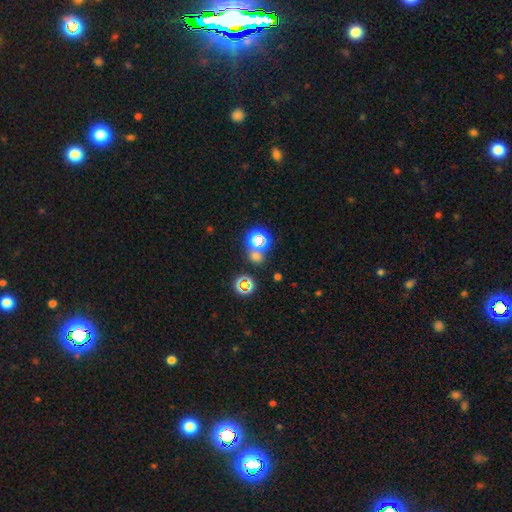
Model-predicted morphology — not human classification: A smooth galaxy with no disk features (46%). Merging: none (59%).